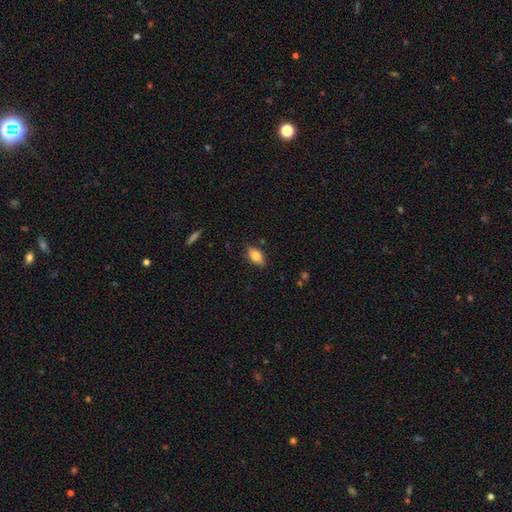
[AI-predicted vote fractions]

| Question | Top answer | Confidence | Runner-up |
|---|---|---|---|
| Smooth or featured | smooth | 75% | featured or disk (17%) |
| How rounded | in between | 85% | cigar-shaped (10%) |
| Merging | none | 83% | minor disturbance (13%) |